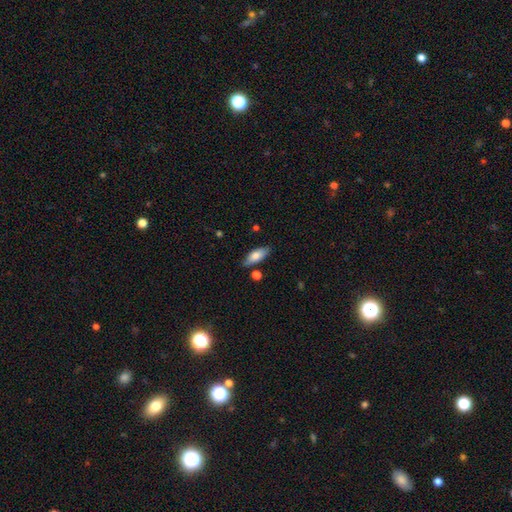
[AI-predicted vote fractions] smooth 75%, featured or disk 18%, star or artifact 6%. Down the decision tree: how rounded — in between (73%); merging — none (78%).